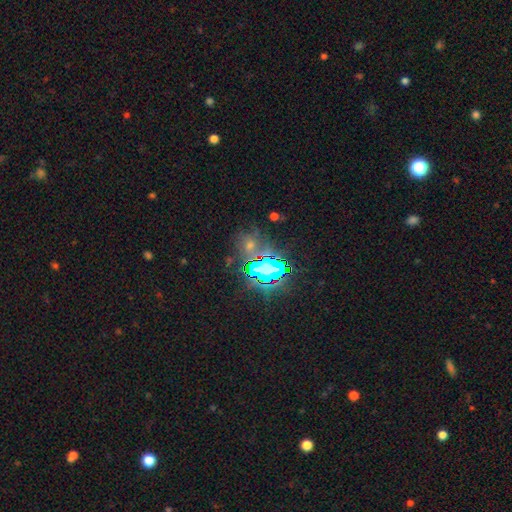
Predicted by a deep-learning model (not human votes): Q: Smooth or featured?
A: star or artifact (84%); runner-up: smooth (9%)